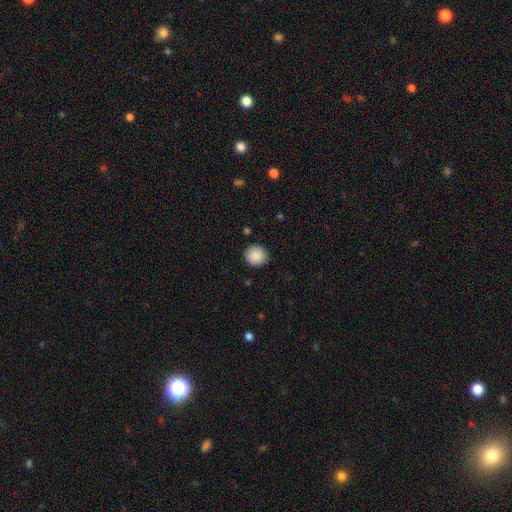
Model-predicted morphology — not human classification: Overall: smooth (89%). How rounded: round (93%). Merging: none (91%).